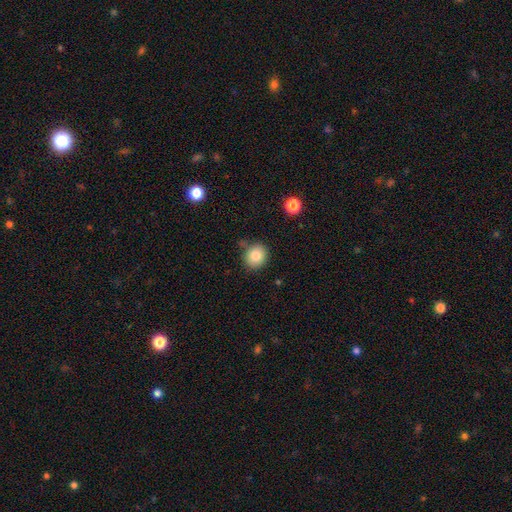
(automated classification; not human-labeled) smooth_or_featured: smooth (p=0.82) [alt: star or artifact p=0.10]
how_rounded: round (p=0.82) [alt: in between p=0.17]
merging: none (p=0.81) [alt: minor disturbance p=0.11]